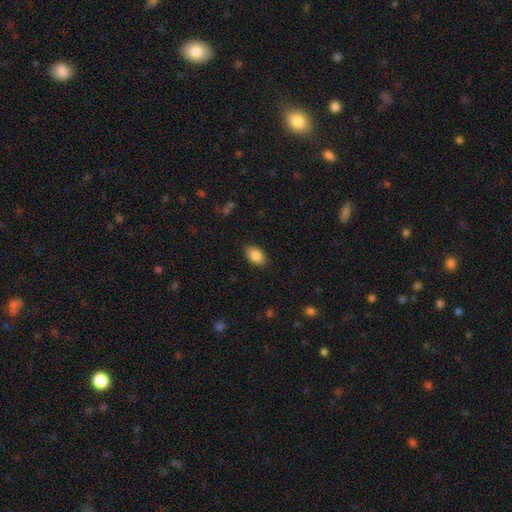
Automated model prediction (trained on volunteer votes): Smooth or featured? Predicted: smooth (p=0.87). How rounded? Predicted: in between (p=0.90). Merging? Predicted: none (p=0.86).